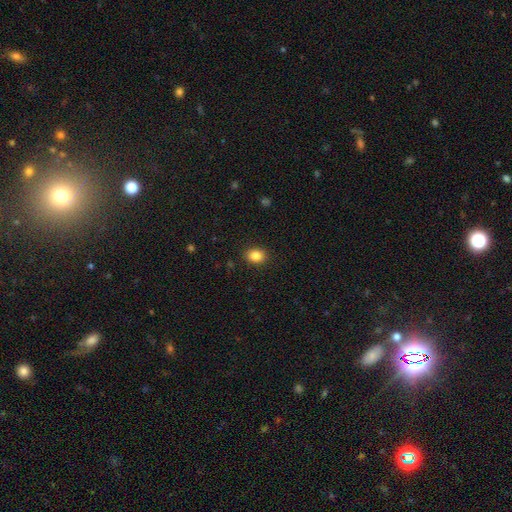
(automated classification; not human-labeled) Smooth or featured? smooth (85%)
How rounded? round (50%)
Merging? none (90%)